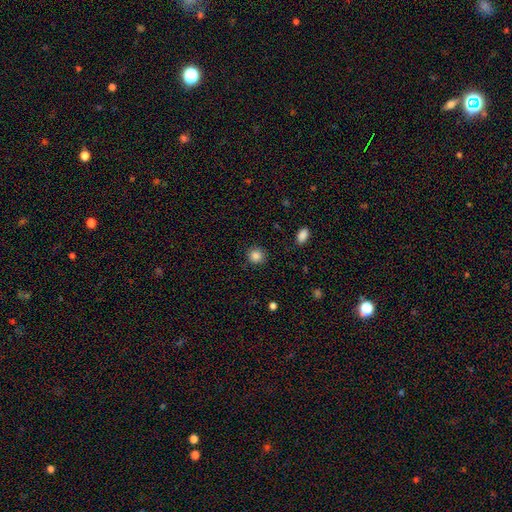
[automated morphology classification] smooth 86%, star or artifact 10%, featured or disk 4%. Down the decision tree: how rounded — round (90%); merging — none (88%).